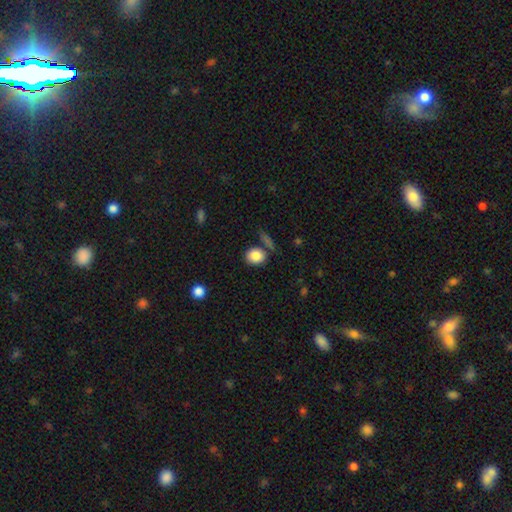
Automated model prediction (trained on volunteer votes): Smooth or featured? smooth (86%)
How rounded? round (59%)
Merging? none (72%)